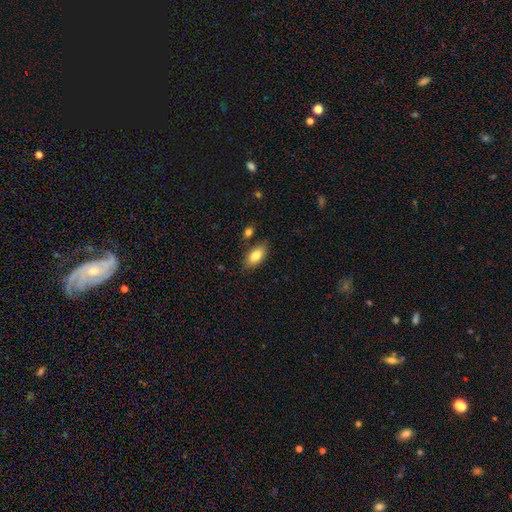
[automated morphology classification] Smooth or featured?
  - smooth: 82% *
  - featured or disk: 11%
  - star or artifact: 7%
How rounded?
  - in between: 89% *
  - cigar-shaped: 7%
  - round: 4%
Merging?
  - none: 79% *
  - minor disturbance: 14%
  - merger: 5%
  - major disturbance: 3%